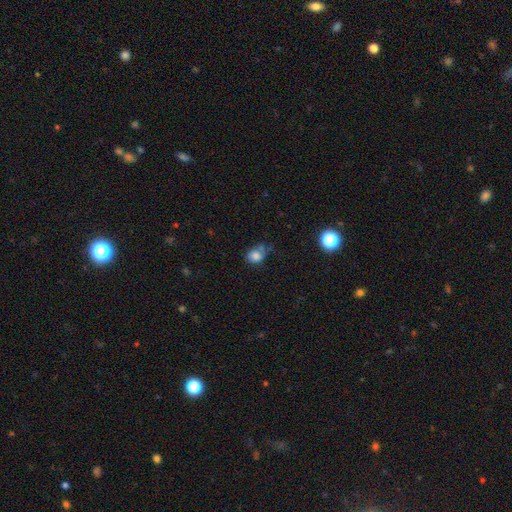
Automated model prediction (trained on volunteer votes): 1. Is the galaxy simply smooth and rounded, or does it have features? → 79% smooth, 11% star or artifact, 9% featured or disk.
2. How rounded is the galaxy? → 50% round, 49% in between, 1% cigar-shaped.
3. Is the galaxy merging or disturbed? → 45% none, 34% minor disturbance, 13% major disturbance, 8% merger.